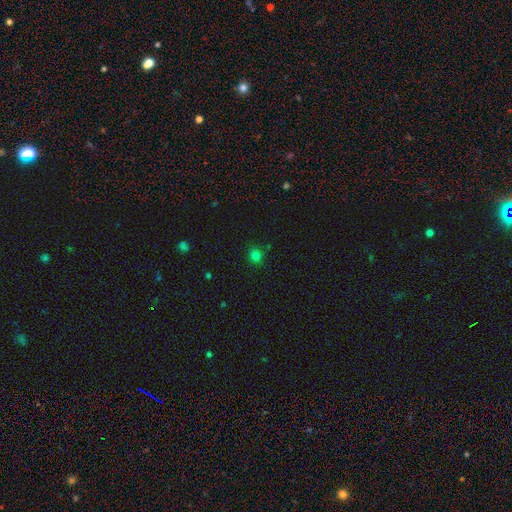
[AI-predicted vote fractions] The model was most divided on "smooth or featured": smooth: 78%, star or artifact: 18%, featured or disk: 4%. More confident: how rounded — round (90%); merging — none (88%).